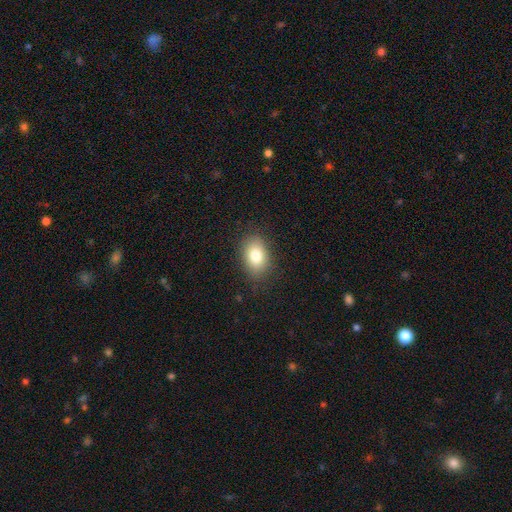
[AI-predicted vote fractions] Q: Smooth or featured?
A: smooth (81%); runner-up: featured or disk (10%)
Q: How rounded?
A: in between (83%); runner-up: round (16%)
Q: Merging?
A: none (84%); runner-up: minor disturbance (12%)